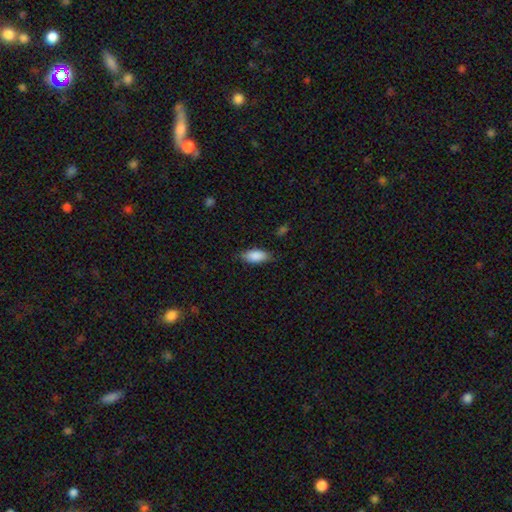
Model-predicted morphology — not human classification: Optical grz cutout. It shows a smooth galaxy with no disk features (88%) that is in between round and cigar-shaped (87%). Merging: none (80%).